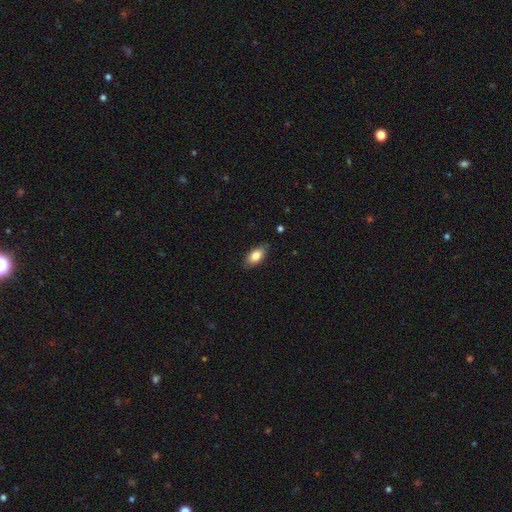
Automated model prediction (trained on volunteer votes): Overall: smooth (82%). How rounded: in between (89%). Merging: none (80%).